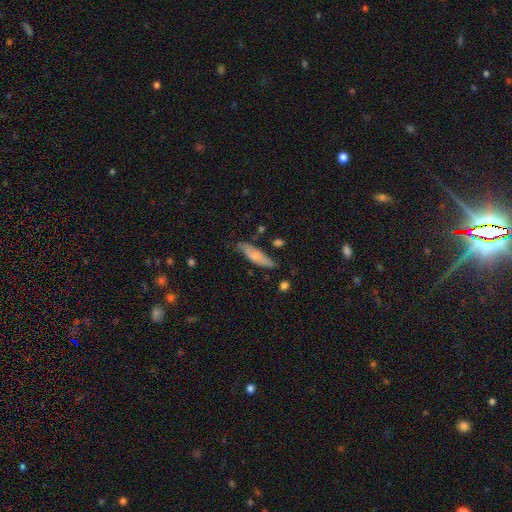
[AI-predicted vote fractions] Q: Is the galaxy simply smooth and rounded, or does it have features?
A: smooth — 68%.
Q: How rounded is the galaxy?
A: cigar-shaped — 62%.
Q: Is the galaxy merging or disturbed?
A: none — 72%.